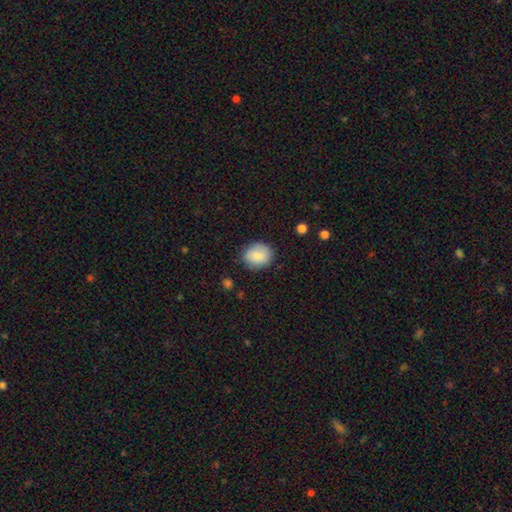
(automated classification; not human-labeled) Smooth or featured: smooth — 85% (featured or disk — 7%)
How rounded: round — 73% (in between — 26%)
Merging: none — 84% (minor disturbance — 12%)